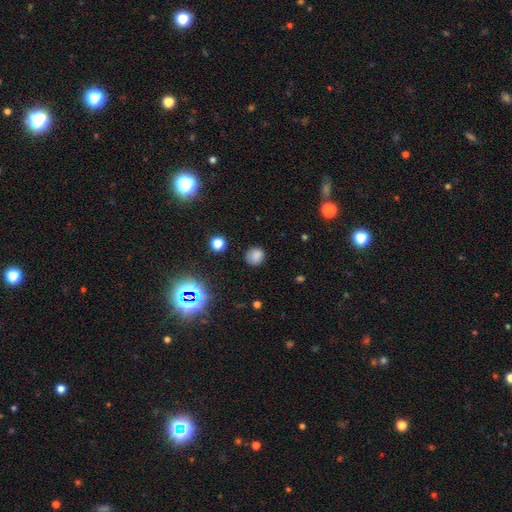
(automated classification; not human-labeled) This is likely a smooth galaxy (78%). How rounded: clearly round (84%). Merging: clearly none (82%).